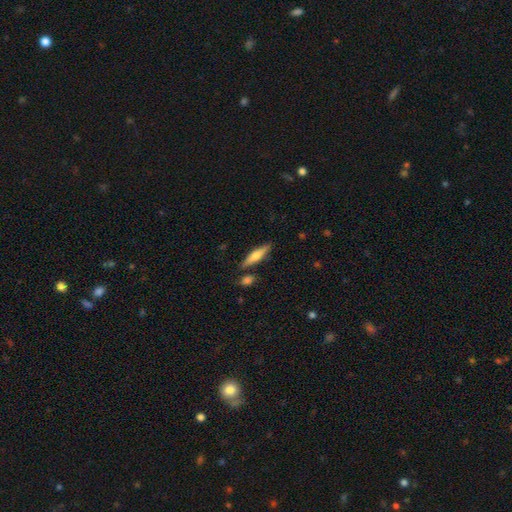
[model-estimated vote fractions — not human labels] Overall: smooth (48%; featured or disk 46%). Merging: none (81%).